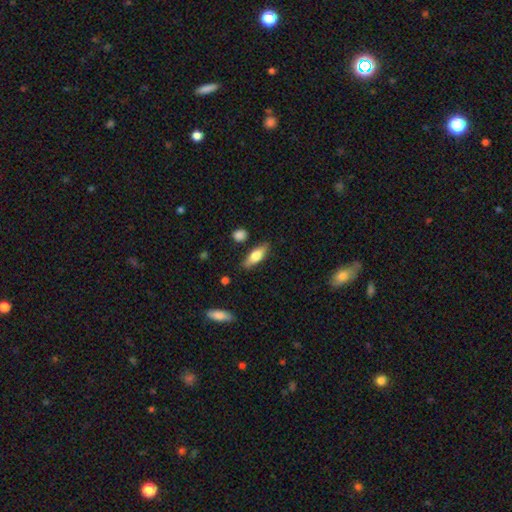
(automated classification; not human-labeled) Smooth or featured?
  - smooth: 64% *
  - featured or disk: 29%
  - star or artifact: 6%
How rounded?
  - in between: 59% *
  - cigar-shaped: 38%
  - round: 3%
Merging?
  - none: 81% *
  - minor disturbance: 13%
  - merger: 3%
  - major disturbance: 3%